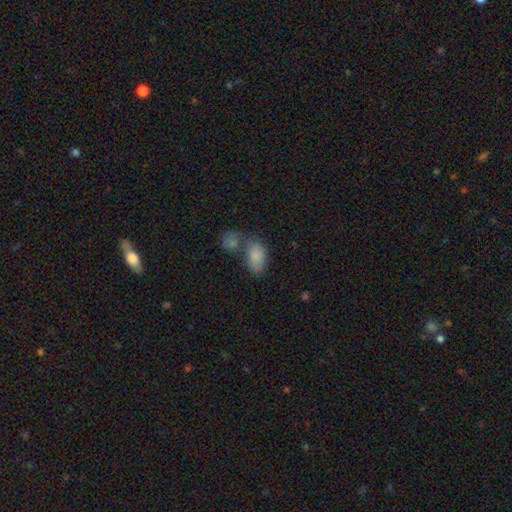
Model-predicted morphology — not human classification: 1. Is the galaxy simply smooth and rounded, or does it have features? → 82% smooth, 10% featured or disk, 8% star or artifact.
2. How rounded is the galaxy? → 92% in between, 6% round, 2% cigar-shaped.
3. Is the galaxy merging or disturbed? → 40% none, 39% merger, 15% minor disturbance, 6% major disturbance.